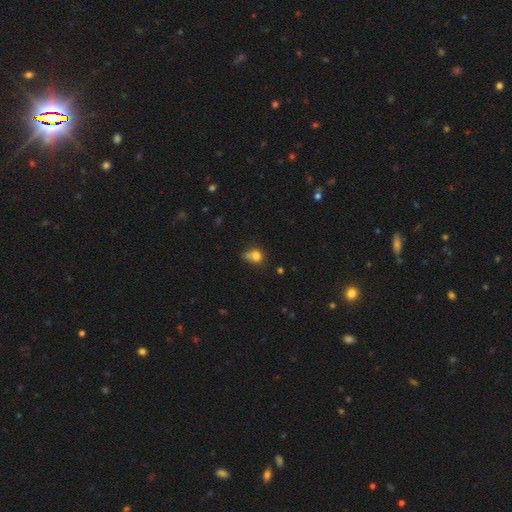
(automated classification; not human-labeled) A smooth galaxy with no disk features (78%) that is round (60%).

Vote fractions:
- Smooth or featured? smooth: 78% / star or artifact: 12% / featured or disk: 10%
- How rounded? round: 60% / in between: 39% / cigar-shaped: 1%
- Merging? none: 39% / minor disturbance: 33% / major disturbance: 14% / merger: 13%